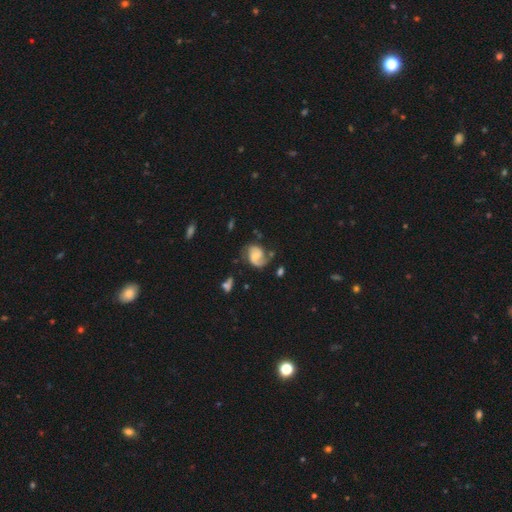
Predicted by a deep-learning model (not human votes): This appears to be a featured or disk galaxy (77%) with no bar (55%), 2 (72%) medium (46%) spiral arms (94%) and a small central bulge (44%). Merging: none (60%).